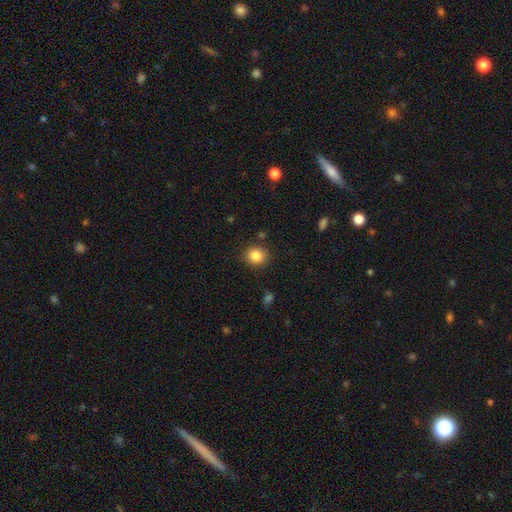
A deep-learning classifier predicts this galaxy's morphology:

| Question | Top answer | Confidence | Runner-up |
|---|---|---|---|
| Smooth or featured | smooth | 85% | star or artifact (10%) |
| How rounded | round | 80% | in between (19%) |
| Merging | none | 85% | minor disturbance (9%) |